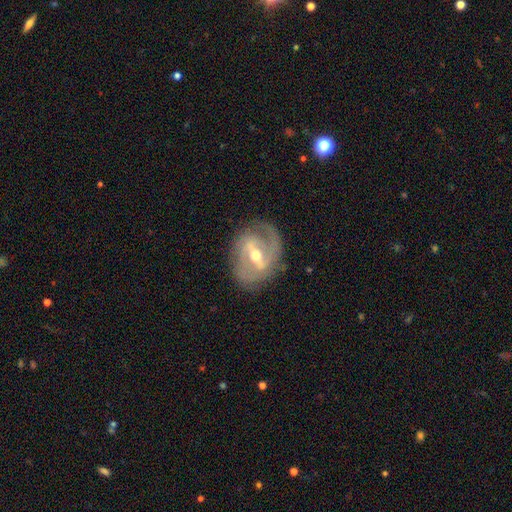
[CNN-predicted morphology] smooth_or_featured: featured or disk (p=0.85) [alt: smooth p=0.10]
disk_edge_on: no (p=0.96) [alt: yes p=0.04]
bar: strong (p=0.48) [alt: weak p=0.40]
has_spiral_arms: yes (p=0.90) [alt: no p=0.10]
spiral_winding: tight (p=0.42) [tied with: medium p=0.42]
spiral_arm_count: 2 (p=0.66) [alt: can't tell p=0.14]
bulge_size: moderate (p=0.65) [alt: small p=0.30]
merging: none (p=0.73) [alt: minor disturbance p=0.17]